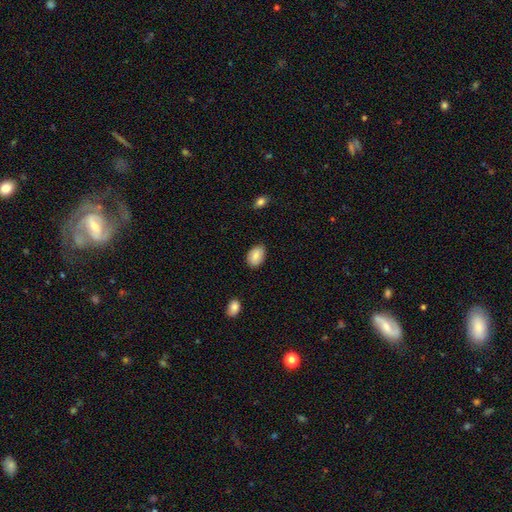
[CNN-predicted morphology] smooth 85%, featured or disk 8%, star or artifact 7%. Down the decision tree: how rounded — in between (83%); merging — none (81%).